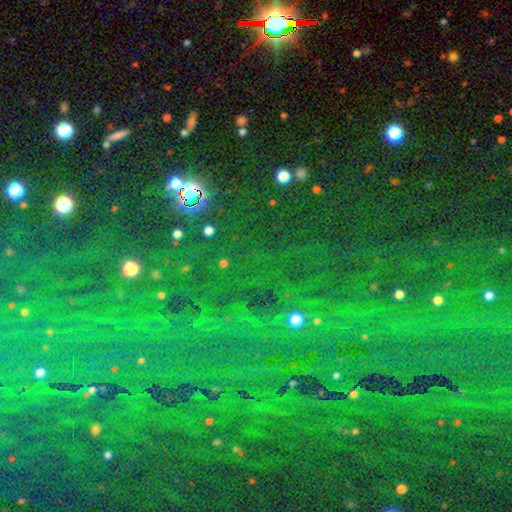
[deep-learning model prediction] Q: Smooth or featured?
A: star or artifact (83%); runner-up: smooth (9%)